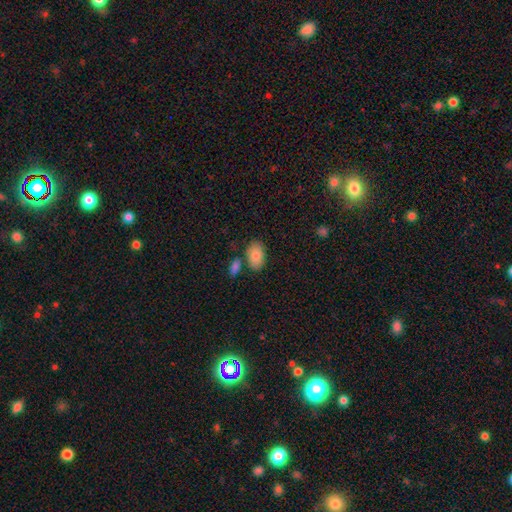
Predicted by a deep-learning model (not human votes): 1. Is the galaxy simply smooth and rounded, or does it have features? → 85% smooth, 8% featured or disk, 6% star or artifact.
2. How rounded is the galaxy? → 91% in between, 7% round, 1% cigar-shaped.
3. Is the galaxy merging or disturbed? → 71% none, 13% minor disturbance, 12% merger, 3% major disturbance.